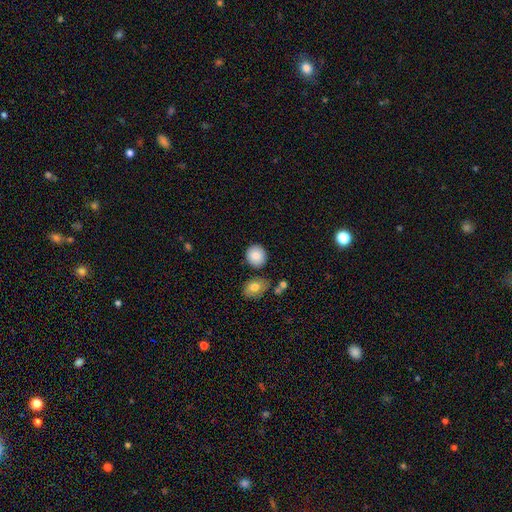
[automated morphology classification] The model was most divided on "how rounded": round: 80%, in between: 19%, cigar-shaped: 1%. More confident: smooth or featured — smooth (86%); merging — none (83%).